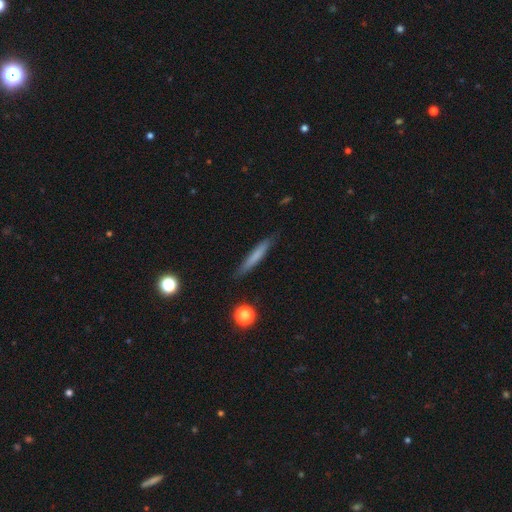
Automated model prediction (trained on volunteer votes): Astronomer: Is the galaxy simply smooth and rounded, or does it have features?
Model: smooth — 68%.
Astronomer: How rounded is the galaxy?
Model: cigar-shaped — 94%.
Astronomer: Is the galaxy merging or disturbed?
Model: none — 87%.